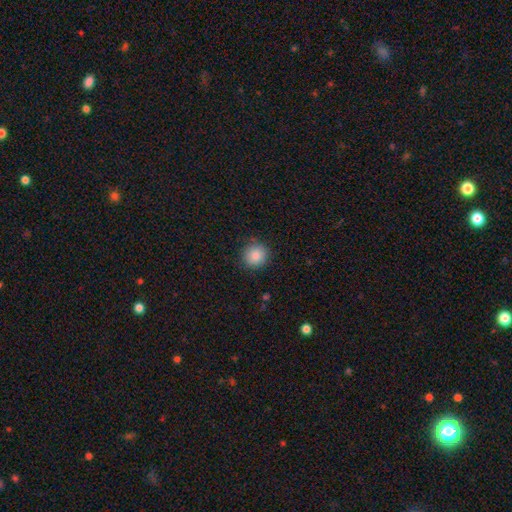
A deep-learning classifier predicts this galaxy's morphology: This is clearly a smooth galaxy (87%). How rounded: clearly round (93%). Merging: clearly none (88%).